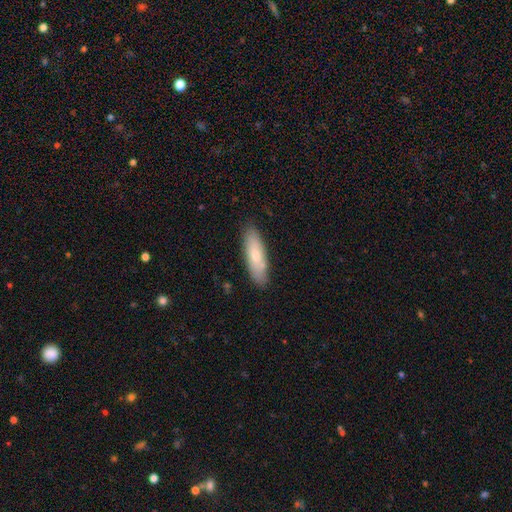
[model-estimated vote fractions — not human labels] Smooth or featured? Predicted: smooth (p=0.70). How rounded? Predicted: cigar-shaped (p=0.54). Merging? Predicted: none (p=0.84).